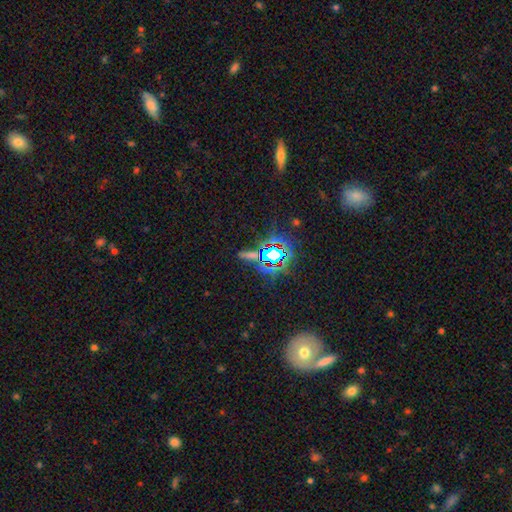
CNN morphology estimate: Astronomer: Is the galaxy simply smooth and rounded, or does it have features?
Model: star or artifact — 67%.